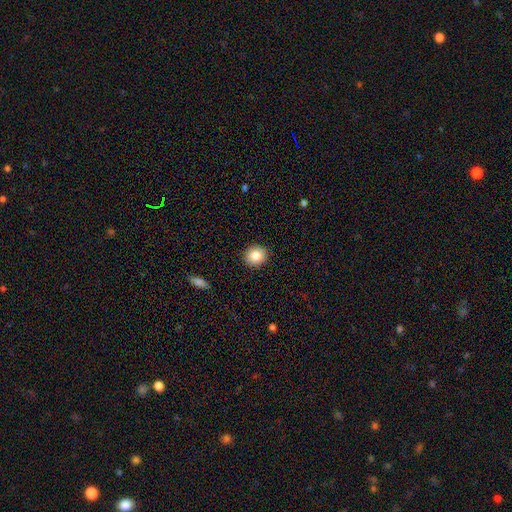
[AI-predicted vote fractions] smooth-or-featured: smooth: 85% | star or artifact: 9% | featured or disk: 6%
  how-rounded: round: 85% | in between: 14% | cigar-shaped: 1%
  merging: none: 91% | minor disturbance: 6% | major disturbance: 2% | merger: 1%